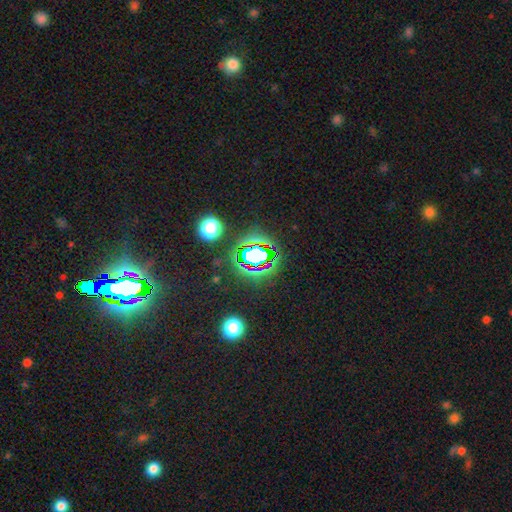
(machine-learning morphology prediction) Smooth or featured: star or artifact — 66% (smooth — 22%)